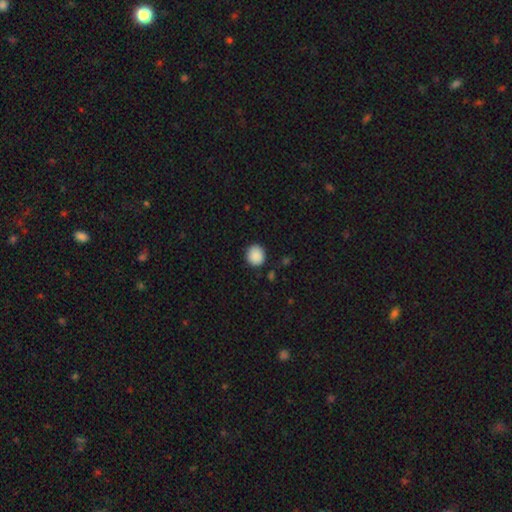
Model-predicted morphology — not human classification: This appears to be a smooth galaxy with no disk features (89%) that is round (84%). Merging: none (88%).